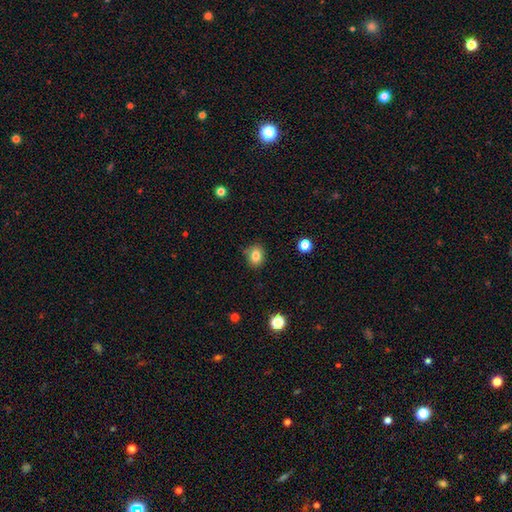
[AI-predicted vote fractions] Overall: smooth (83%). How rounded: round (52%; in between 47%). Merging: none (82%).